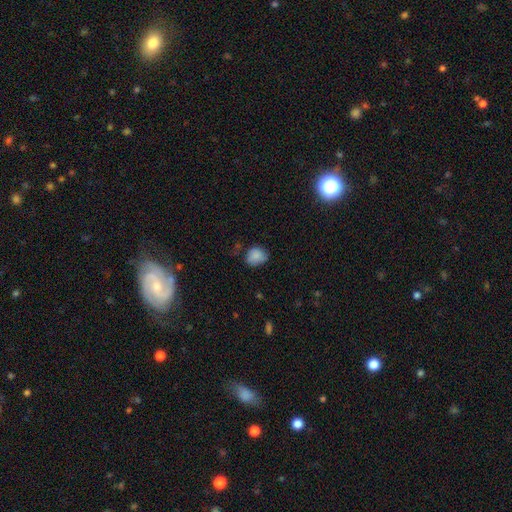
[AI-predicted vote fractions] Overall: smooth (84%). How rounded: round (60%; in between 39%). Merging: none (60%; minor disturbance 31%).